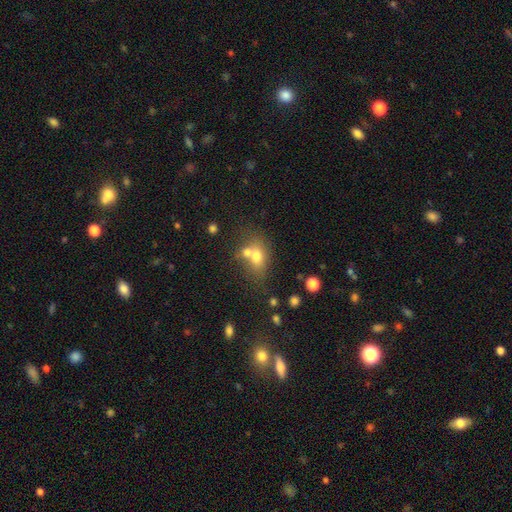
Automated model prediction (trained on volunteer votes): smooth-or-featured: smooth: 69% | featured or disk: 19% | star or artifact: 12%
  how-rounded: in between: 66% | round: 31% | cigar-shaped: 2%
  merging: merger: 45% | none: 38% | minor disturbance: 12% | major disturbance: 6%